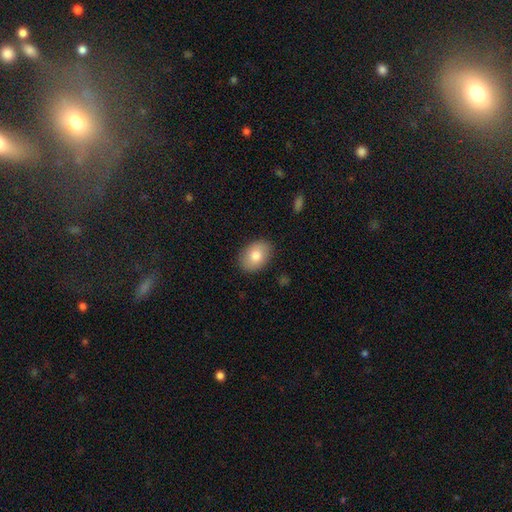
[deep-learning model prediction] The model was most divided on "how rounded": in between: 77%, round: 22%, cigar-shaped: 1%. More confident: merging — none (88%); smooth or featured — smooth (80%).